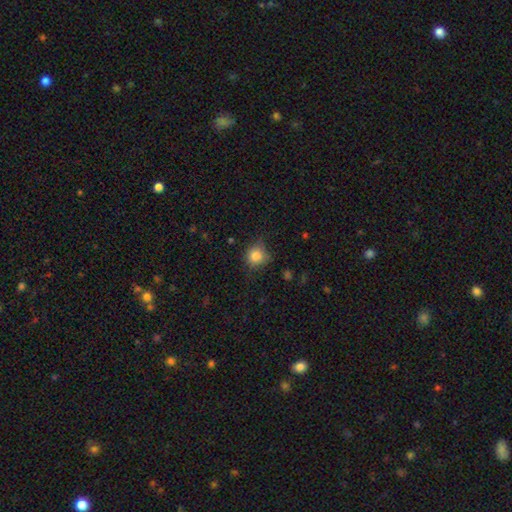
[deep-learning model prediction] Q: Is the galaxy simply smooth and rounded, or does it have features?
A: smooth — 82%.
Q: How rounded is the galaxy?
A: round — 84%.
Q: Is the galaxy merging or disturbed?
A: none — 68%.